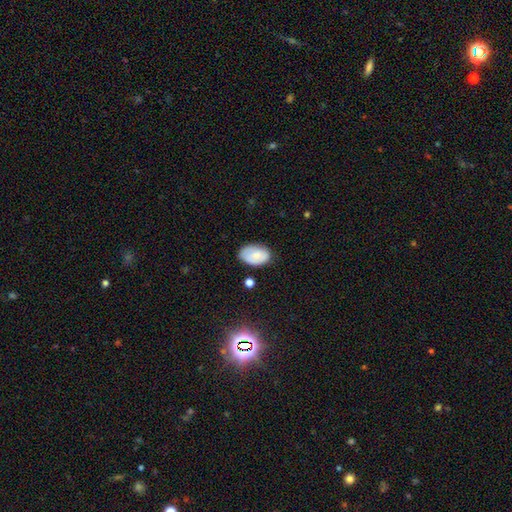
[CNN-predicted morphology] The model was most divided on "merging": none: 72%, minor disturbance: 21%, major disturbance: 4%, merger: 2%. More confident: how rounded — in between (91%); smooth or featured — smooth (76%).